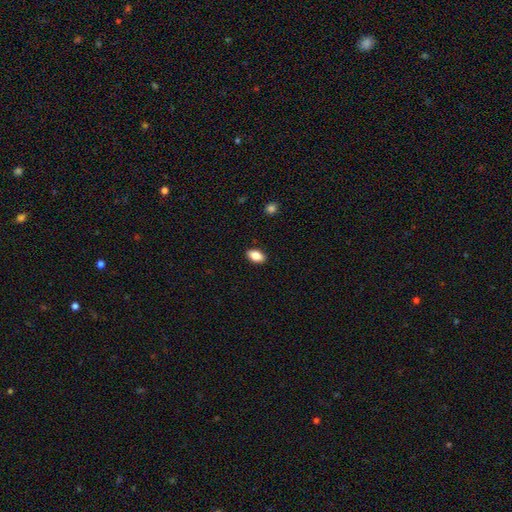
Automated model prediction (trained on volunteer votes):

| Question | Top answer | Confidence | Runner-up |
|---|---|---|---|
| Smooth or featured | smooth | 85% | featured or disk (8%) |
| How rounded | in between | 91% | round (5%) |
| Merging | none | 89% | minor disturbance (8%) |